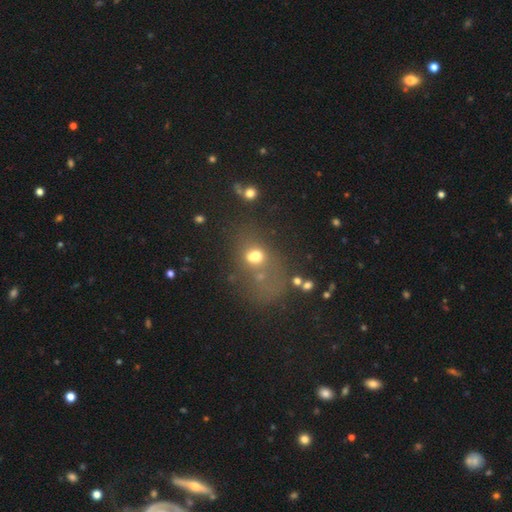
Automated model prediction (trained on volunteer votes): Smooth or featured? smooth (52%)
How rounded? in between (60%)
Merging? merger (32%, tied with none)